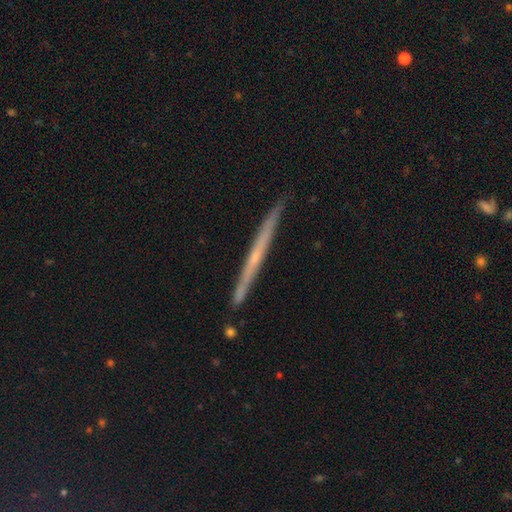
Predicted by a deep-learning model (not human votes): This appears to be a featured or disk galaxy (65%) viewed edge-on (97%) with no central bulge (74%). Merging: none (88%).